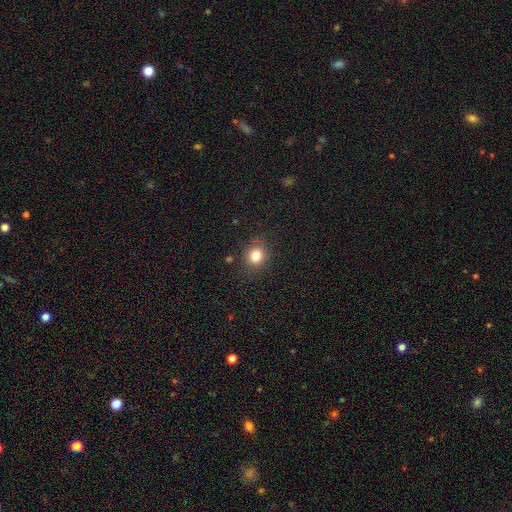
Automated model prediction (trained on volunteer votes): Smooth or featured? smooth (81%)
How rounded? round (79%)
Merging? none (86%)